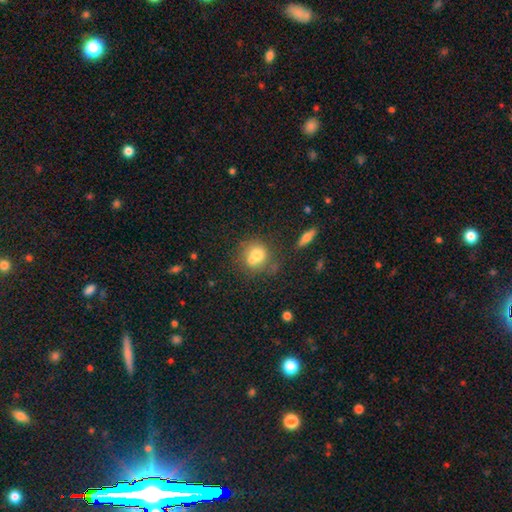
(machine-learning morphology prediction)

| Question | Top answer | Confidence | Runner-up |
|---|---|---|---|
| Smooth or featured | smooth | 71% | featured or disk (18%) |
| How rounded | round | 77% | in between (22%) |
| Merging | none | 44% | merger (35%) |